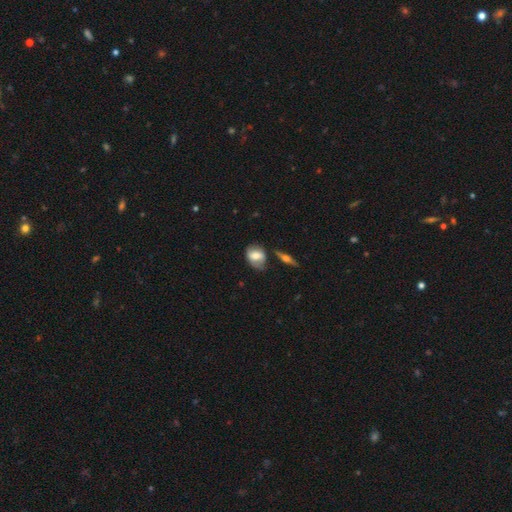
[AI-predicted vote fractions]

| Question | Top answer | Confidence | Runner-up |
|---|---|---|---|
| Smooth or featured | smooth | 57% | featured or disk (35%) |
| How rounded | in between | 62% | round (35%) |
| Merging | none | 59% | minor disturbance (25%) |